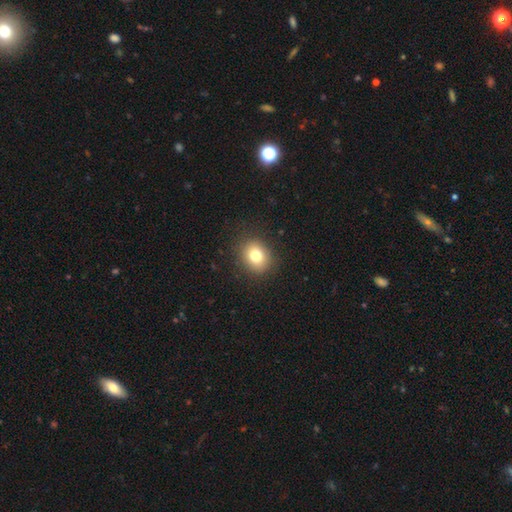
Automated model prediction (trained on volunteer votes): Smooth or featured? Predicted: smooth (p=0.78). How rounded? Predicted: round (p=0.66). Merging? Predicted: none (p=0.88).